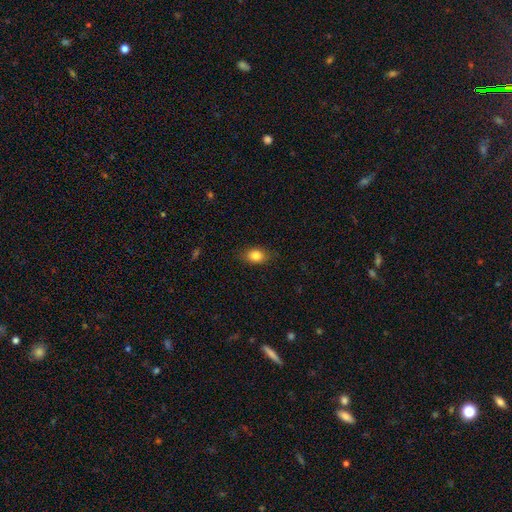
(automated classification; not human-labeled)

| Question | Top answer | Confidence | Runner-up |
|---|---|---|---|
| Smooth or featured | smooth | 83% | star or artifact (9%) |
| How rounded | in between | 70% | round (28%) |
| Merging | none | 83% | minor disturbance (13%) |